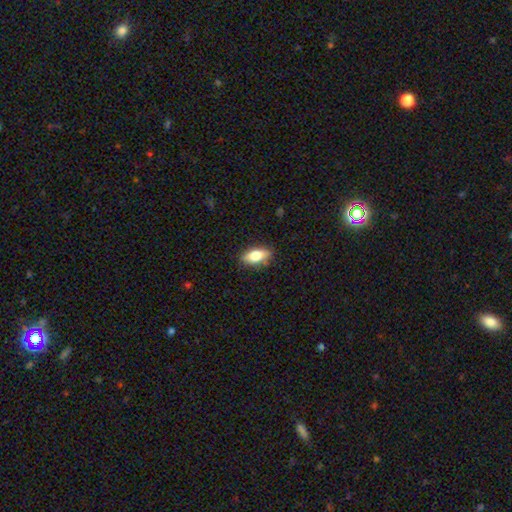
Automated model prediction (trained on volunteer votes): smooth_or_featured: smooth (p=0.81) [alt: featured or disk p=0.12]
how_rounded: in between (p=0.86) [alt: cigar-shaped p=0.10]
merging: none (p=0.85) [alt: minor disturbance p=0.12]